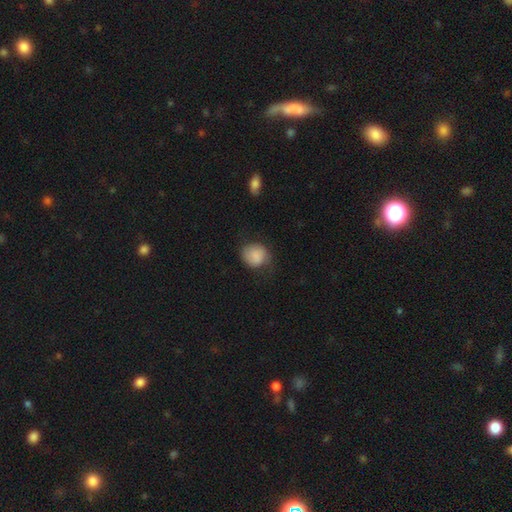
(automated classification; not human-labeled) Smooth or featured? Predicted: smooth (p=0.80). How rounded? Predicted: round (p=0.73). Merging? Predicted: none (p=0.57).